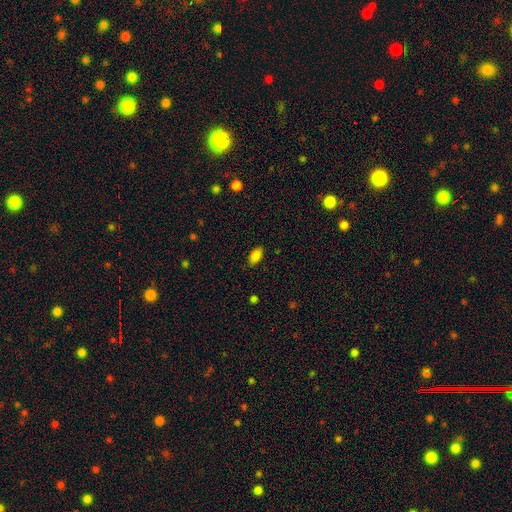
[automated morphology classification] Smooth or featured? Predicted: smooth (p=0.86). How rounded? Predicted: in between (p=0.92). Merging? Predicted: none (p=0.86).